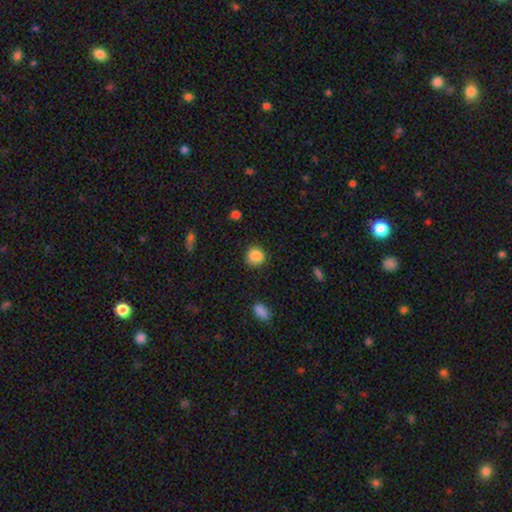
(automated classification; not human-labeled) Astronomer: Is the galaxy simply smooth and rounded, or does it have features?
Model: smooth — 87%.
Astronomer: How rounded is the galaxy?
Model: round — 87%.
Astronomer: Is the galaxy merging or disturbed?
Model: none — 84%.